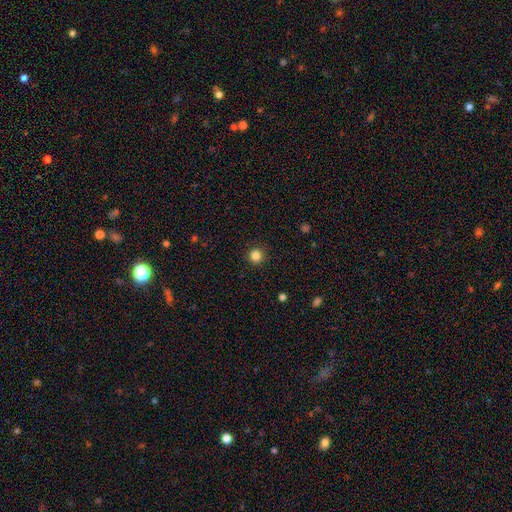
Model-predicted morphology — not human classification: Q: Smooth or featured?
A: smooth (84%); runner-up: star or artifact (12%)
Q: How rounded?
A: round (94%); runner-up: in between (5%)
Q: Merging?
A: none (92%); runner-up: minor disturbance (5%)